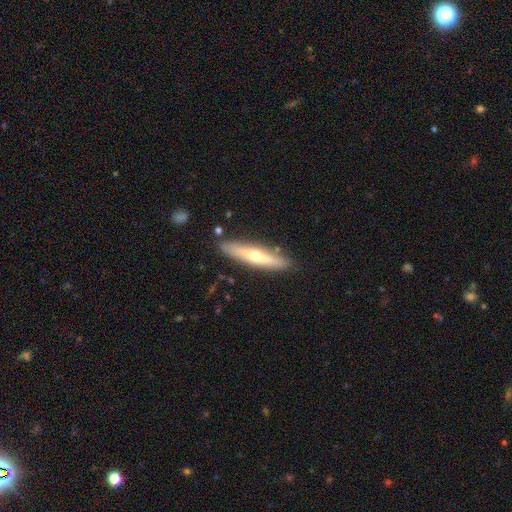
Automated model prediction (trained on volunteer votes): Q: Smooth or featured?
A: featured or disk (52%); runner-up: smooth (42%)
Q: Edge-on disk?
A: yes (87%); runner-up: no (13%)
Q: Merging?
A: none (86%); runner-up: minor disturbance (10%)